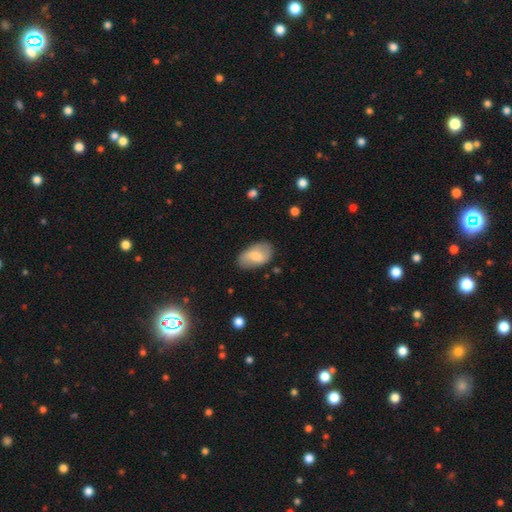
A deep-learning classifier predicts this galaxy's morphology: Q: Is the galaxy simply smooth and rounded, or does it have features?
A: smooth — 62%.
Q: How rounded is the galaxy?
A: in between — 93%.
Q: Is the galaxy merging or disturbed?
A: none — 77%.